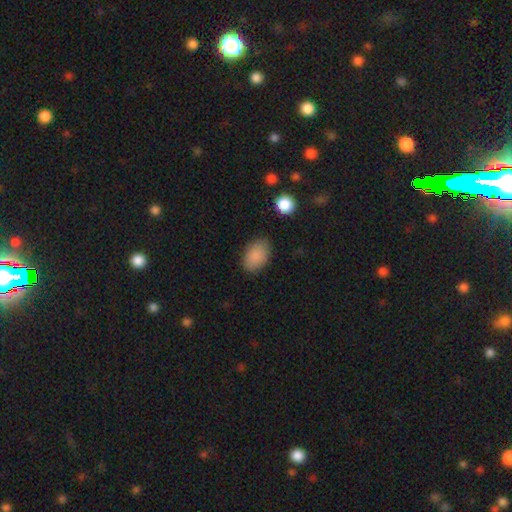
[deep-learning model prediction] Q: Smooth or featured?
A: smooth (87%); runner-up: star or artifact (7%)
Q: How rounded?
A: in between (87%); runner-up: round (12%)
Q: Merging?
A: none (82%); runner-up: minor disturbance (13%)